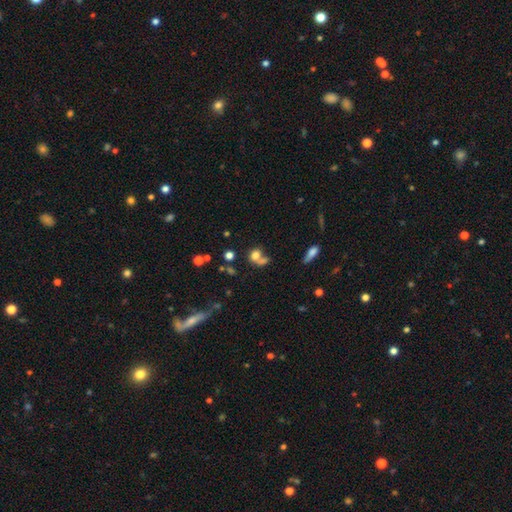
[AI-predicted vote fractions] The model was most divided on "merging": merger: 47%, none: 33%, minor disturbance: 10%, major disturbance: 10%. More confident: smooth or featured — smooth (72%); how rounded — round (61%).